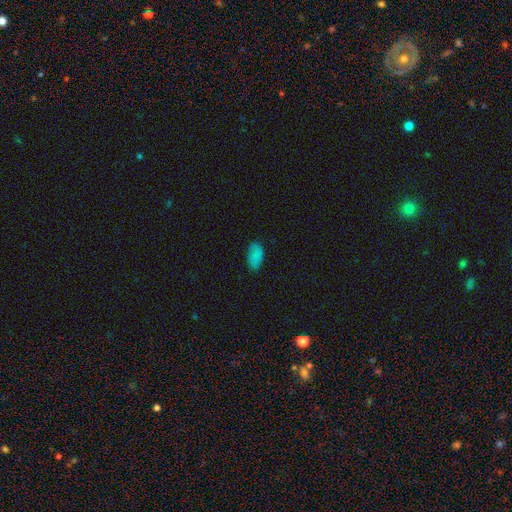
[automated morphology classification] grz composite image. It shows a smooth galaxy with no disk features (83%) that is in between round and cigar-shaped (94%). Merging: none (79%).